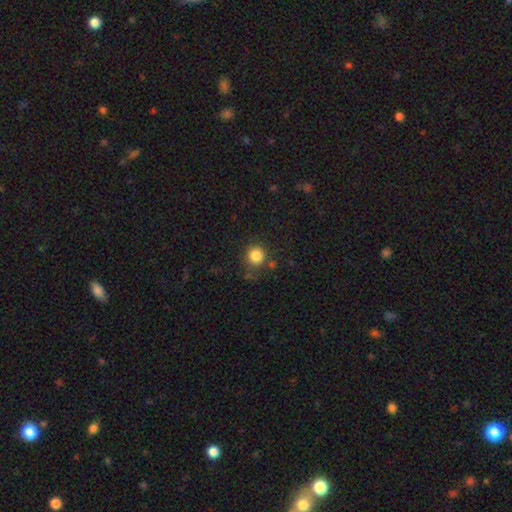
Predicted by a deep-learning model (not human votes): This appears to be a smooth galaxy with no disk features (83%) that is round (92%). Merging: none (79%).